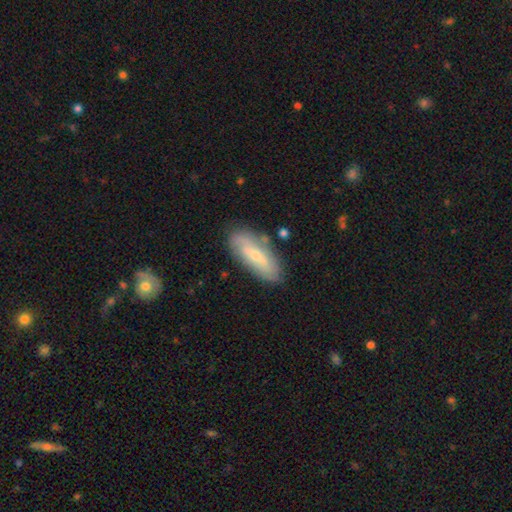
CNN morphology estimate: type=featured or disk (47%); merging=none (78%).